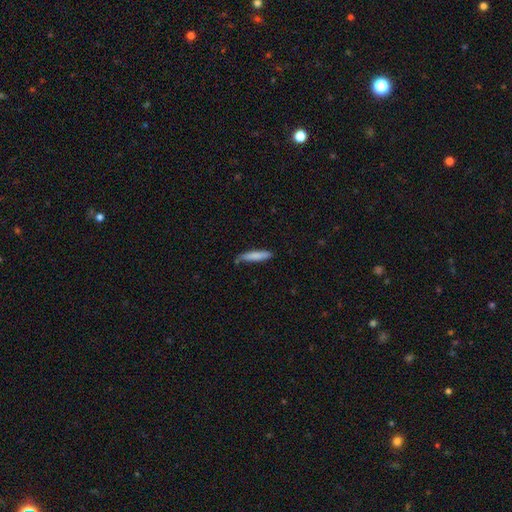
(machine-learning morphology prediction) A smooth galaxy with no disk features (82%) that is cigar-shaped (88%).

Vote fractions:
- Smooth or featured? smooth: 82% / featured or disk: 13% / star or artifact: 6%
- How rounded? cigar-shaped: 88% / in between: 11% / round: 1%
- Merging? none: 75% / minor disturbance: 19% / merger: 4% / major disturbance: 3%